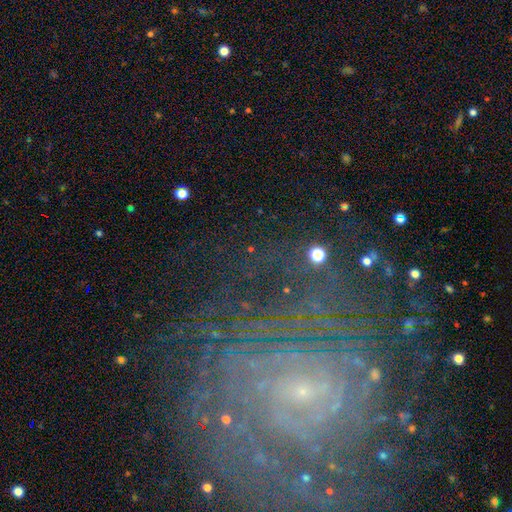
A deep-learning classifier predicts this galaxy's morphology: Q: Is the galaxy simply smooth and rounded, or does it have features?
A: featured or disk — 76%.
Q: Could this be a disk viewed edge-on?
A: no — 97%.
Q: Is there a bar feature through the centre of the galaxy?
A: no — 50%.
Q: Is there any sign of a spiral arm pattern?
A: yes — 87%.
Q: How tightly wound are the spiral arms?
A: tight — 70%.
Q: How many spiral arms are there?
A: can't tell — 47%.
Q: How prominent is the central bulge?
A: small — 83%.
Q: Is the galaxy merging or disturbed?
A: none — 69%.